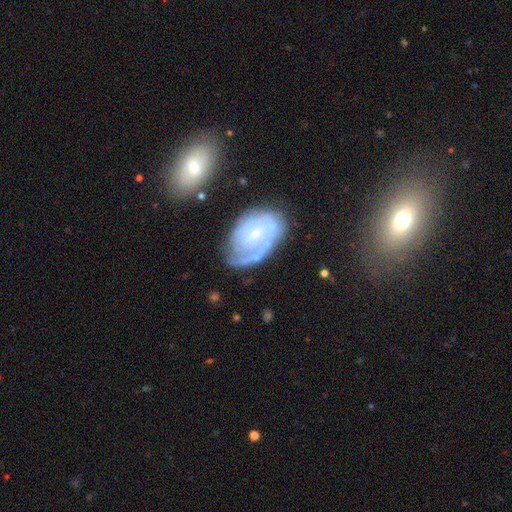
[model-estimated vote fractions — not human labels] Overall: featured or disk (71%). Edge-on disk: no (97%). Bar: no (51%; weak 39%). Spiral arms: yes (73%). Spiral arm count: can't tell (34%; 2 33%). Spiral winding: tight (46%; medium 36%). Bulge size: small (60%; moderate 27%). Merging: none (53%; minor disturbance 24%).